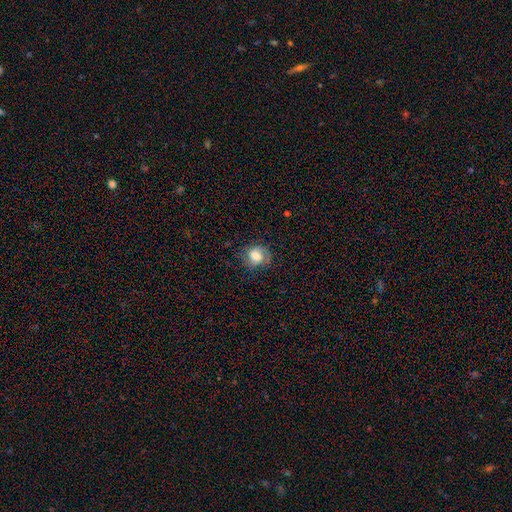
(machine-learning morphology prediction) Smooth or featured?
  - featured or disk: 50% *
  - smooth: 41%
  - star or artifact: 9%
Merging?
  - none: 65% *
  - minor disturbance: 22%
  - major disturbance: 12%
  - merger: 1%